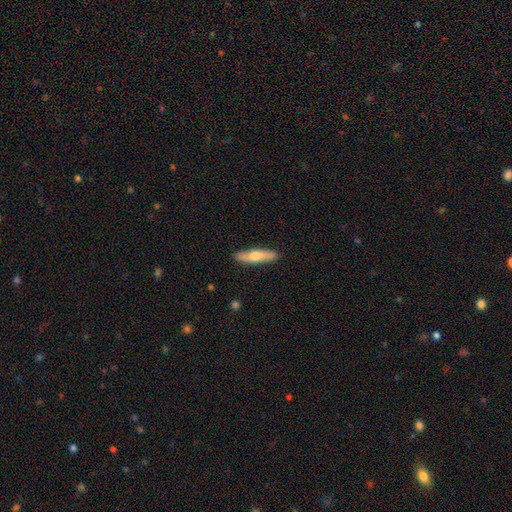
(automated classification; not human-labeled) smooth-or-featured: smooth: 59% | featured or disk: 35% | star or artifact: 6%
  how-rounded: cigar-shaped: 80% | in between: 18% | round: 2%
  merging: none: 89% | minor disturbance: 8% | major disturbance: 1% | merger: 1%